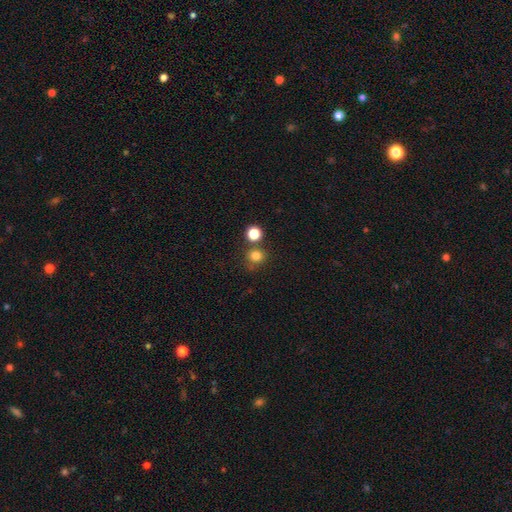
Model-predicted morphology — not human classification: Smooth or featured? Predicted: smooth (p=0.80). How rounded? Predicted: round (p=0.89). Merging? Predicted: none (p=0.72).